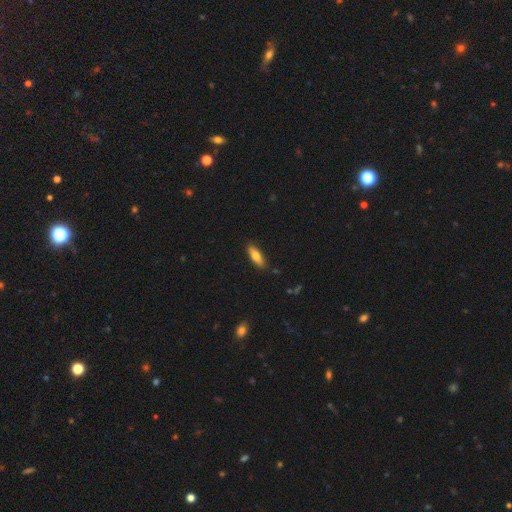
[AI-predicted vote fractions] Q: Smooth or featured?
A: smooth (76%); runner-up: featured or disk (17%)
Q: How rounded?
A: in between (54%); runner-up: cigar-shaped (44%)
Q: Merging?
A: none (86%); runner-up: minor disturbance (11%)